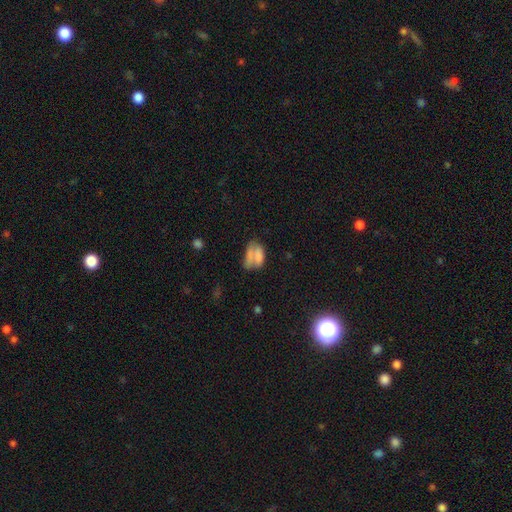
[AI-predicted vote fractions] The model was most divided on "merging": merger: 37%, none: 31%, minor disturbance: 18%, major disturbance: 15%. More confident: how rounded — in between (84%); smooth or featured — smooth (67%).